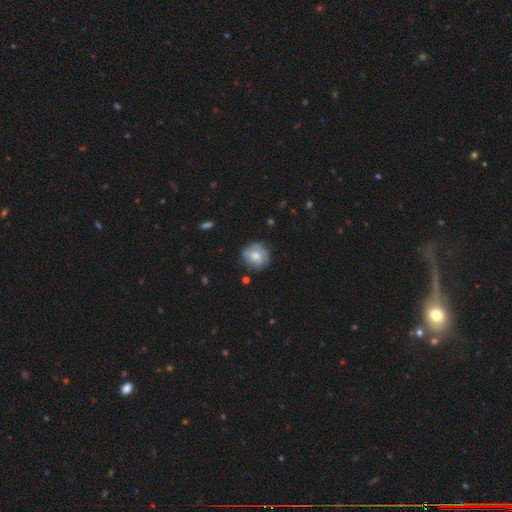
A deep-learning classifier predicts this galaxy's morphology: smooth-or-featured: smooth: 65% | featured or disk: 28% | star or artifact: 7%
  how-rounded: round: 87% | in between: 12% | cigar-shaped: 1%
  merging: none: 74% | minor disturbance: 19% | major disturbance: 5% | merger: 2%